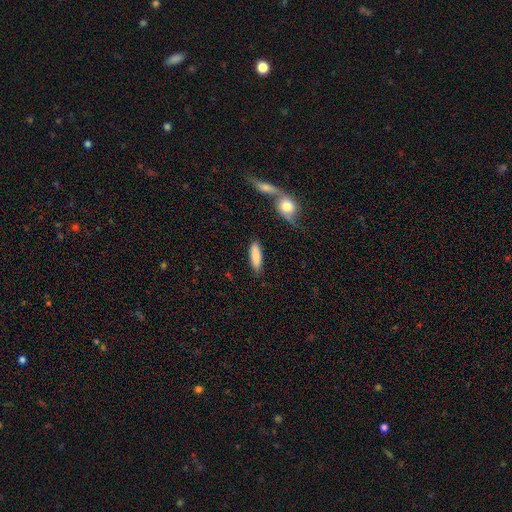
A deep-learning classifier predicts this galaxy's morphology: The model was most divided on "how rounded": in between: 50%, cigar-shaped: 48%, round: 2%. More confident: smooth or featured — smooth (84%); merging — none (78%).